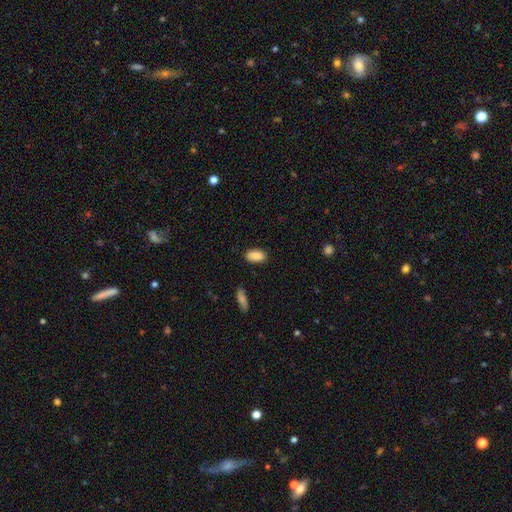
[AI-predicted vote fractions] A smooth galaxy with no disk features (89%) that is in between round and cigar-shaped (93%). Merging: none (84%).